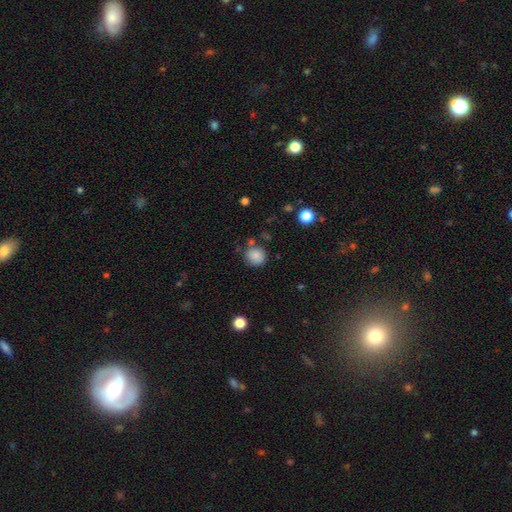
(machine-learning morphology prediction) Smooth or featured? Predicted: smooth (p=0.84). How rounded? Predicted: round (p=0.87). Merging? Predicted: none (p=0.77).